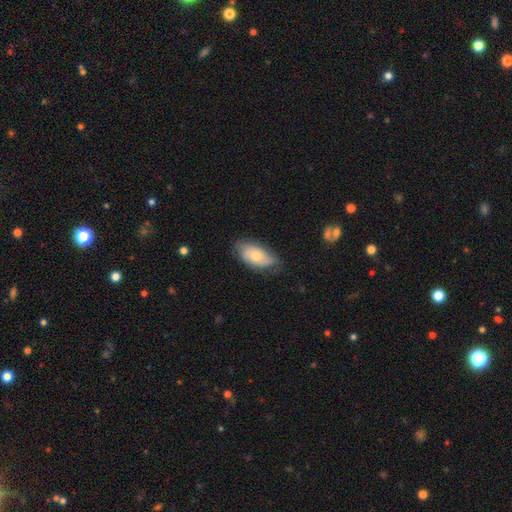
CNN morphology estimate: Smooth or featured: smooth — 60% (featured or disk — 34%)
How rounded: in between — 92% (round — 4%)
Merging: none — 65% (minor disturbance — 27%)